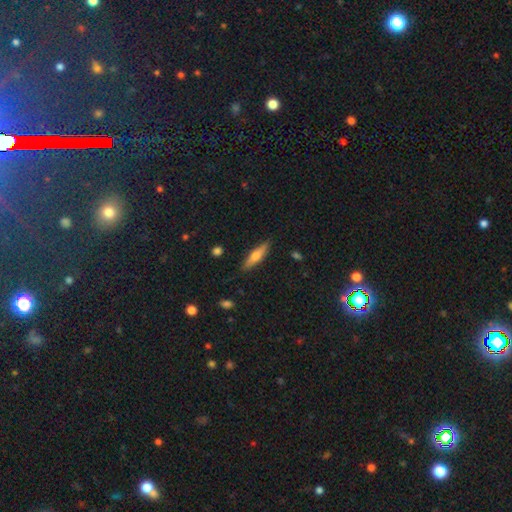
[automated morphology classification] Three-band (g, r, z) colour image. It shows a smooth galaxy with no disk features (52%) that is cigar-shaped (75%). Merging: none (87%).